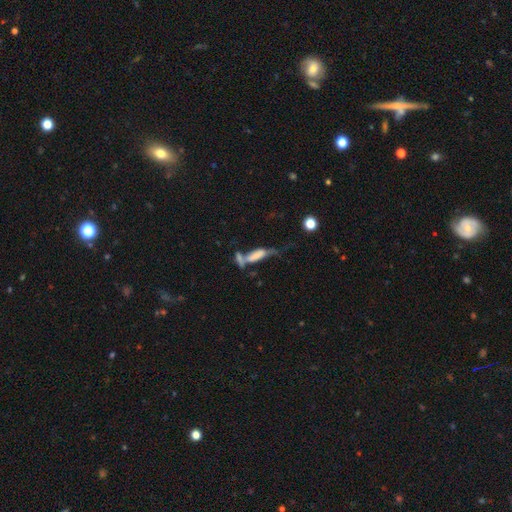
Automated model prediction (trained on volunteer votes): This appears to be a smooth galaxy with no disk features (55%) that is cigar-shaped (49%). Merging: merger (49%).